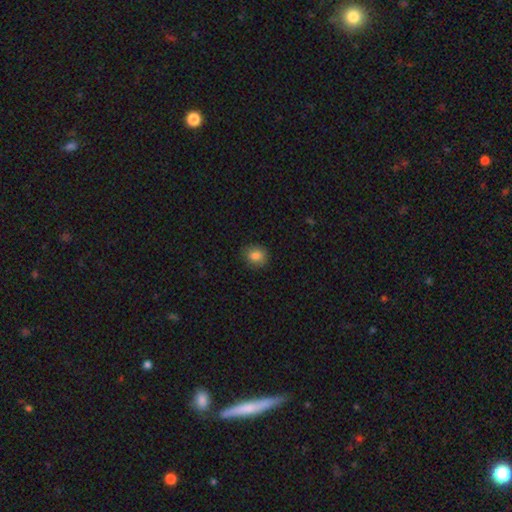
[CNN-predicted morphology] Overall: smooth (84%). How rounded: round (67%; in between 32%). Merging: none (84%).